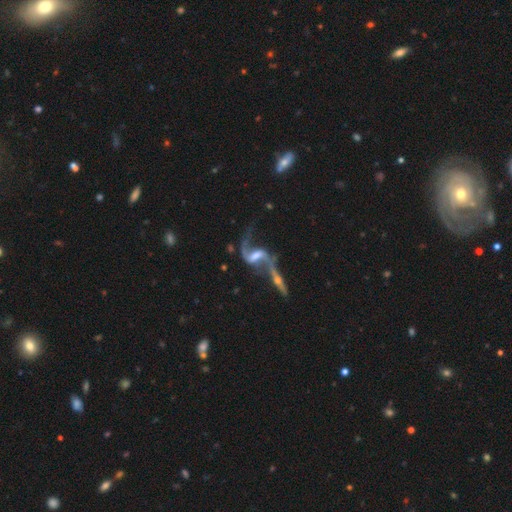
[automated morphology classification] Smooth or featured? featured or disk (88%)
Edge-on disk? no (92%)
Bar? weak (43%)
Spiral arms? yes (94%)
Spiral winding? loose (78%)
Spiral arm count? 2 (89%)
Bulge size? moderate (44%)
Merging? merger (42%)